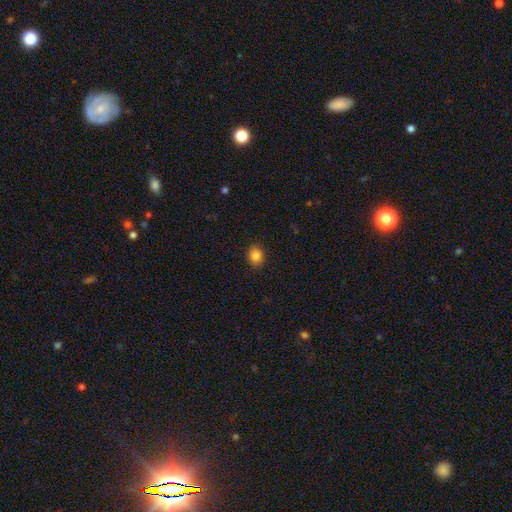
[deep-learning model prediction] Morphology: type=smooth (85%); roundness=round (59%); merging=none (89%).